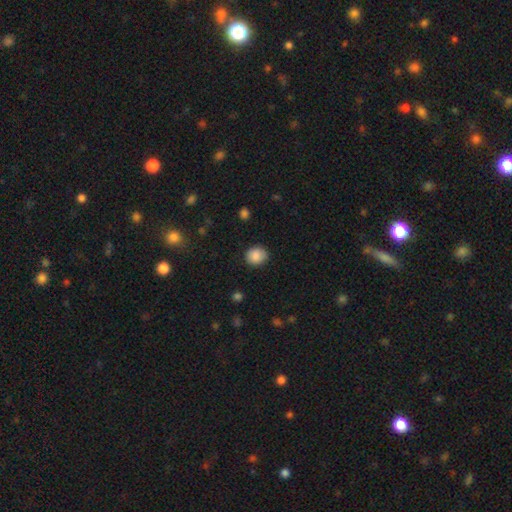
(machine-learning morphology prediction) smooth 87%, star or artifact 8%, featured or disk 5%. Down the decision tree: how rounded — round (79%); merging — none (85%).